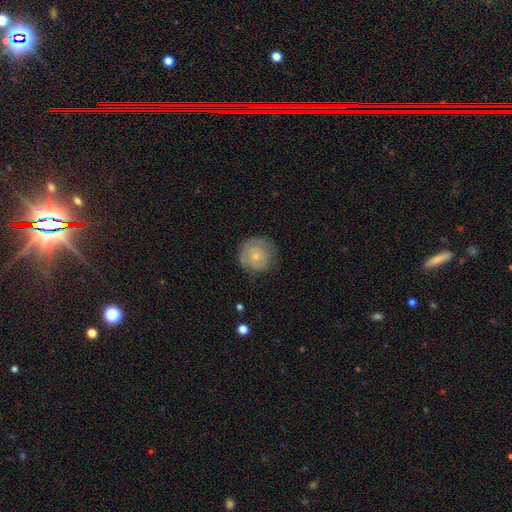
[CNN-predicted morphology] Smooth or featured: smooth — 51% (featured or disk — 42%)
How rounded: round — 92% (in between — 7%)
Merging: none — 71% (minor disturbance — 21%)